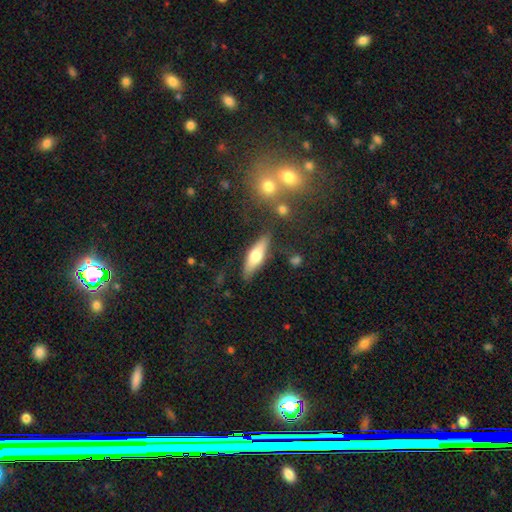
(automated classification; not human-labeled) Smooth or featured? smooth (60%)
How rounded? cigar-shaped (53%)
Merging? none (80%)